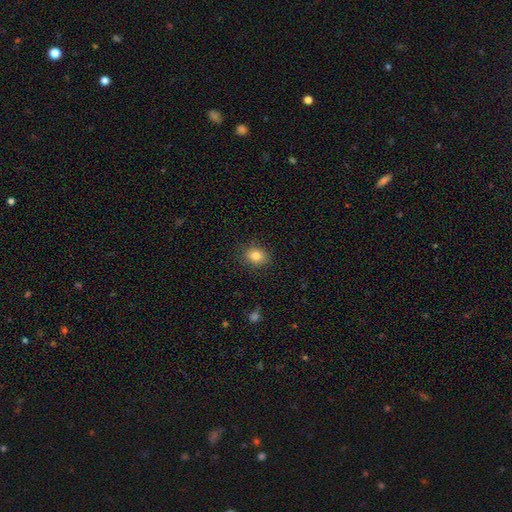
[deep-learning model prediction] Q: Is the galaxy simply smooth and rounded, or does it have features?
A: smooth — 83%.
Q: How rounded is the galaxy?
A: round — 53%.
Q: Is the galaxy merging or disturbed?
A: none — 87%.